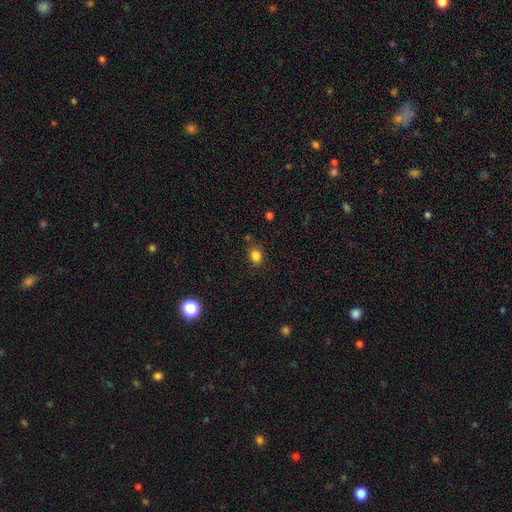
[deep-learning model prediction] This appears to be a smooth galaxy with no disk features (83%) that is in between round and cigar-shaped (51%). Merging: none (78%).